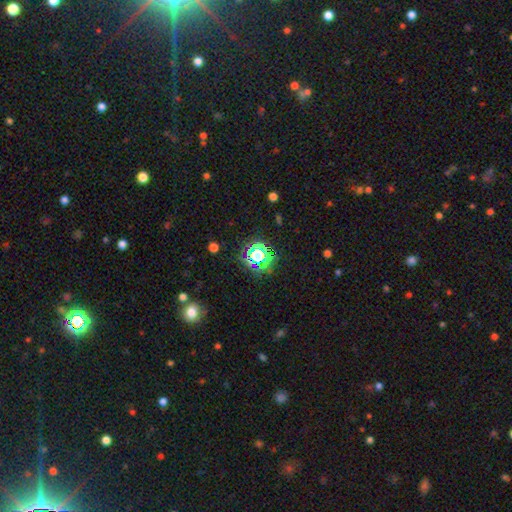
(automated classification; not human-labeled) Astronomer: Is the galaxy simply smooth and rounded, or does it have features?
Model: star or artifact — 67%.